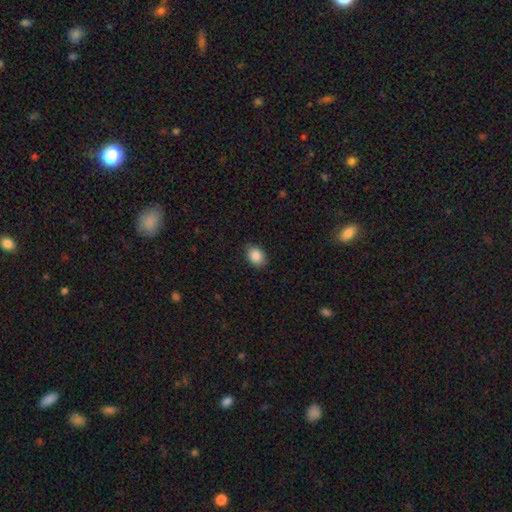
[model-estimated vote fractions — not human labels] Smooth or featured: smooth — 88% (star or artifact — 8%)
How rounded: in between — 68% (round — 31%)
Merging: none — 87% (minor disturbance — 10%)